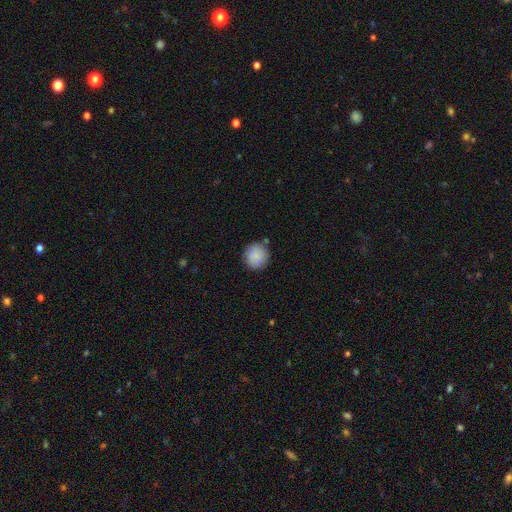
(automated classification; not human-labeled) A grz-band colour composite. It shows a smooth galaxy with no disk features (87%) that is round (92%). Merging: none (86%).